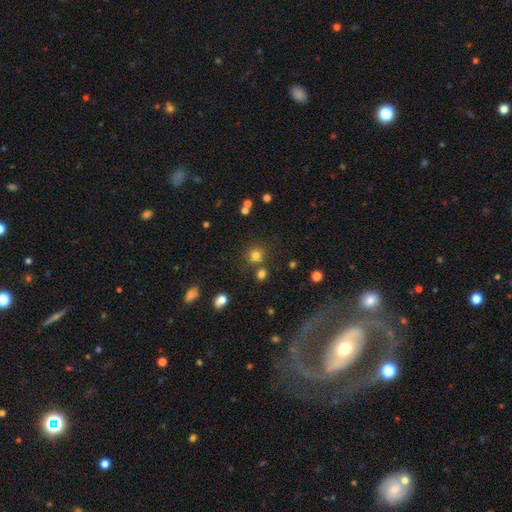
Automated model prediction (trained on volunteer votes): Smooth or featured? smooth (77%)
How rounded? round (89%)
Merging? none (76%)